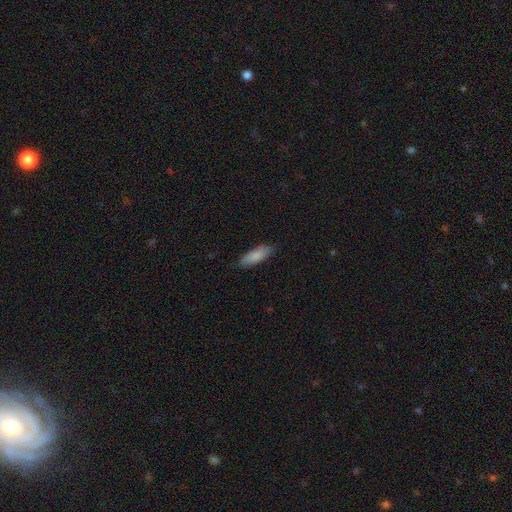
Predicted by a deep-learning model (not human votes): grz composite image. It shows a smooth galaxy with no disk features (88%) that is in between round and cigar-shaped (60%). Merging: none (86%).